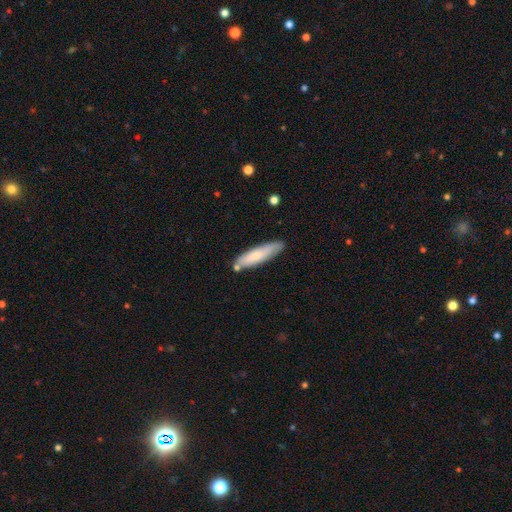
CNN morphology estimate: This appears to be a smooth galaxy with no disk features (73%) that is cigar-shaped (75%). Merging: none (75%).